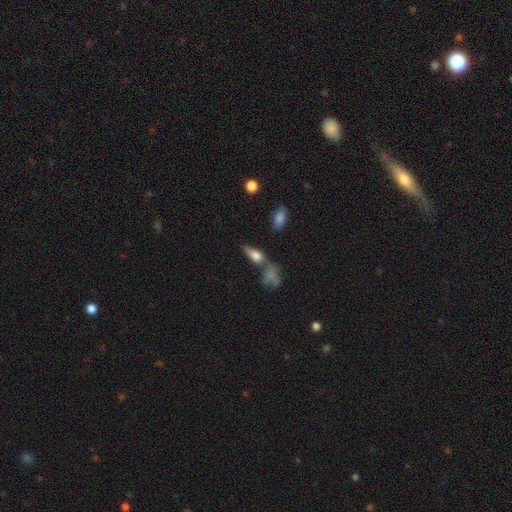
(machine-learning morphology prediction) Smooth or featured?
  - smooth: 58% *
  - featured or disk: 32%
  - star or artifact: 10%
How rounded?
  - in between: 65% *
  - cigar-shaped: 27%
  - round: 8%
Merging?
  - none: 52% *
  - merger: 23%
  - minor disturbance: 17%
  - major disturbance: 8%